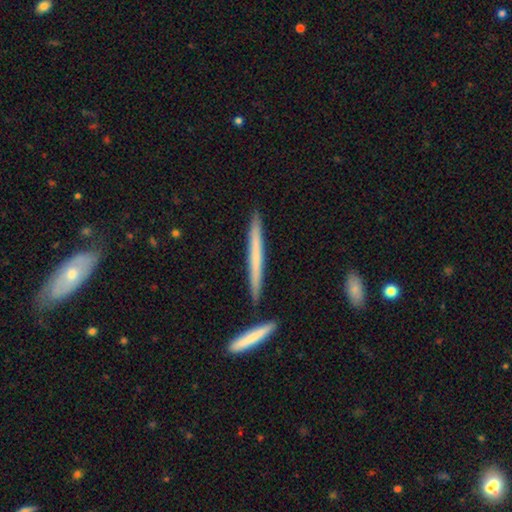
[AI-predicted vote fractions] Smooth or featured: smooth — 52% (featured or disk — 42%)
How rounded: cigar-shaped — 97% (in between — 2%)
Merging: none — 87% (minor disturbance — 7%)